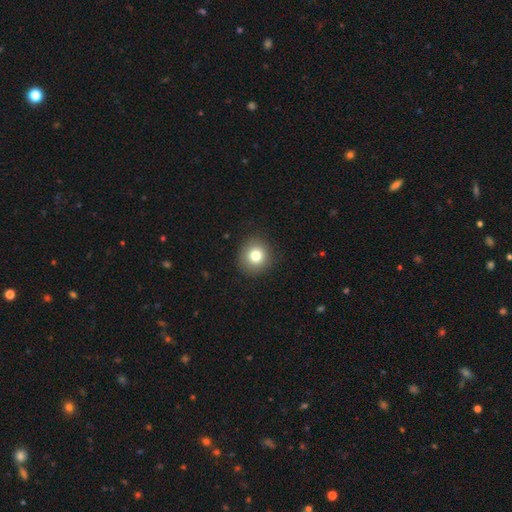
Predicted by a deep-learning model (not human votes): Smooth or featured?
  - smooth: 79% *
  - star or artifact: 11%
  - featured or disk: 10%
How rounded?
  - round: 90% *
  - in between: 9%
  - cigar-shaped: 1%
Merging?
  - none: 89% *
  - minor disturbance: 7%
  - major disturbance: 2%
  - merger: 1%